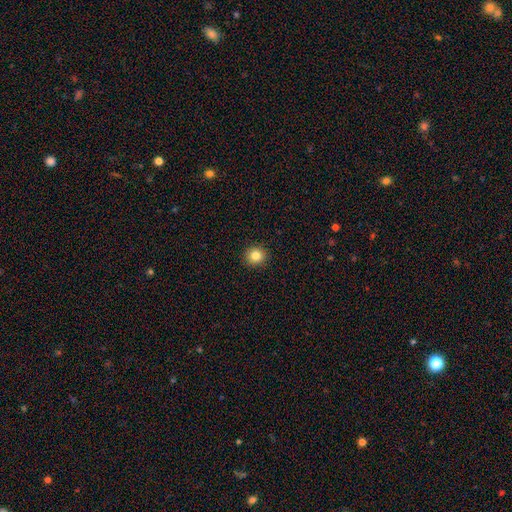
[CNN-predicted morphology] type=smooth (83%); roundness=round (92%); merging=none (93%).